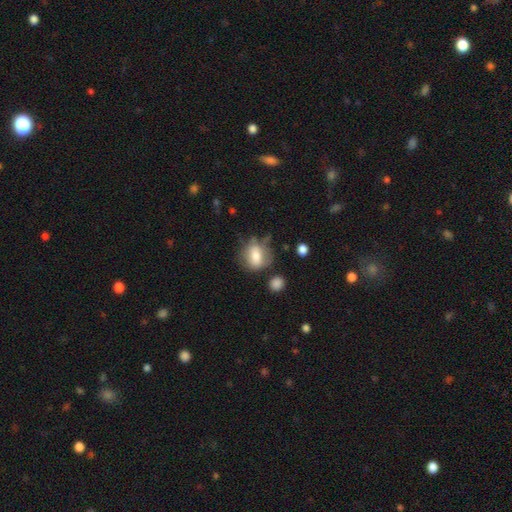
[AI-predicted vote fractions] smooth_or_featured: smooth (p=0.70) [alt: featured or disk p=0.21]
how_rounded: in between (p=0.49) [tied with: round p=0.49]
merging: none (p=0.53) [alt: minor disturbance p=0.26]